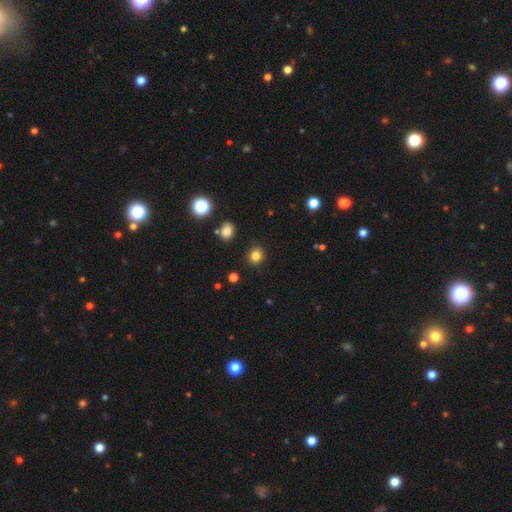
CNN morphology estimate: This appears to be a smooth galaxy with no disk features (82%) that is round (84%). Merging: none (89%).